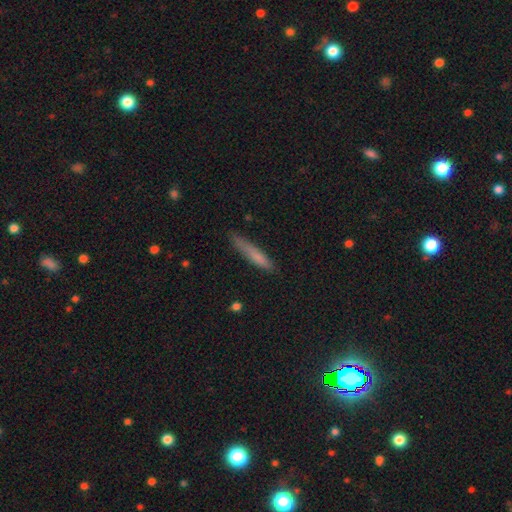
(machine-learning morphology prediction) Q: Smooth or featured?
A: smooth (74%); runner-up: featured or disk (19%)
Q: How rounded?
A: cigar-shaped (92%); runner-up: in between (7%)
Q: Merging?
A: none (74%); runner-up: minor disturbance (20%)